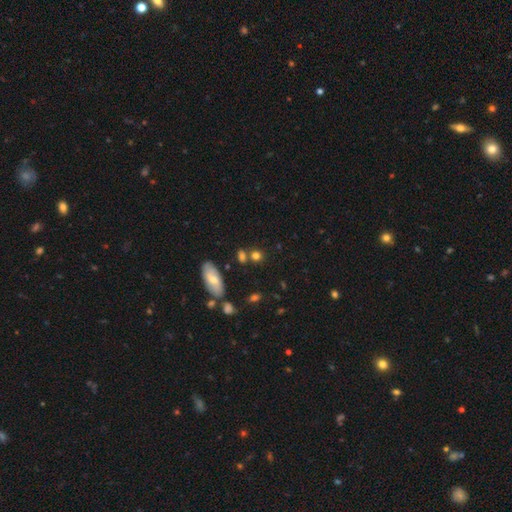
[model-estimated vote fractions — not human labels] Q: Smooth or featured?
A: smooth (78%); runner-up: star or artifact (13%)
Q: How rounded?
A: round (70%); runner-up: in between (27%)
Q: Merging?
A: none (64%); runner-up: merger (20%)